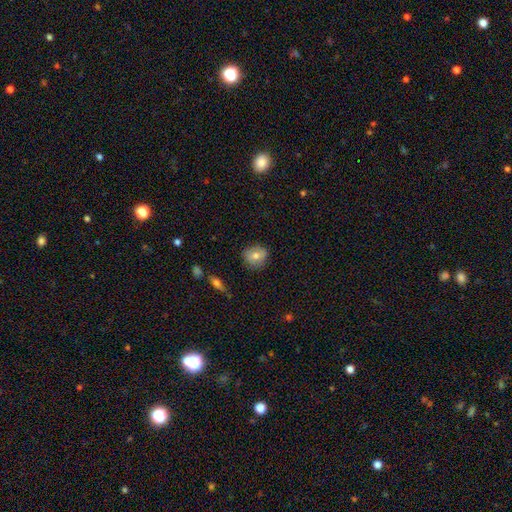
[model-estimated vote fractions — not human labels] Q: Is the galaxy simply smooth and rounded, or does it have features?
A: smooth — 71%.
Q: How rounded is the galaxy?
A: round — 76%.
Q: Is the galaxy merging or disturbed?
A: none — 79%.